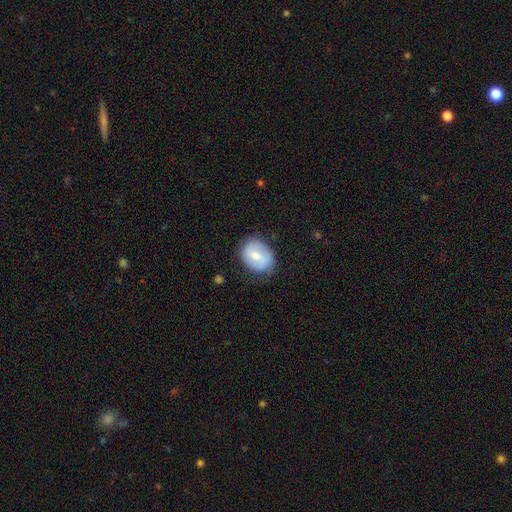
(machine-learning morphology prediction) The model was most divided on "how rounded": in between: 56%, round: 43%, cigar-shaped: 1%. More confident: merging — none (72%); smooth or featured — smooth (67%).